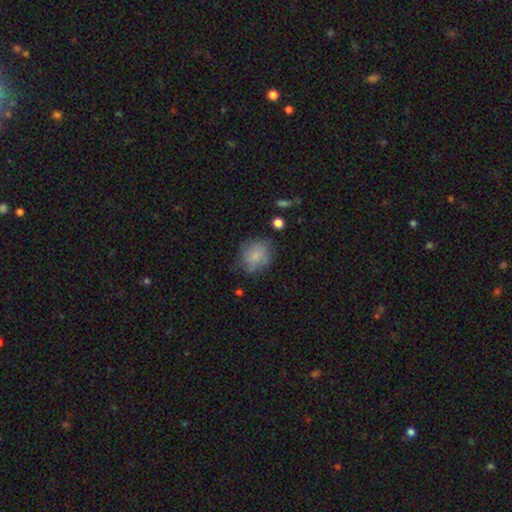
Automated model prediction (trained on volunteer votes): This appears to be a smooth galaxy with no disk features (74%) that is round (67%). Merging: none (59%).